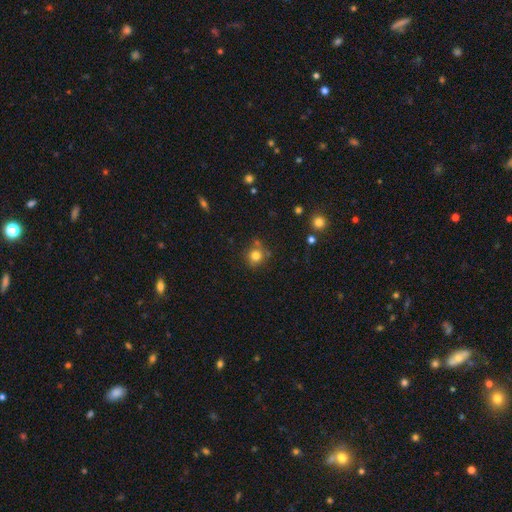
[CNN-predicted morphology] Smooth or featured?
  - smooth: 80% *
  - star or artifact: 13%
  - featured or disk: 7%
How rounded?
  - round: 88% *
  - in between: 11%
  - cigar-shaped: 1%
Merging?
  - none: 73% *
  - minor disturbance: 14%
  - merger: 9%
  - major disturbance: 4%